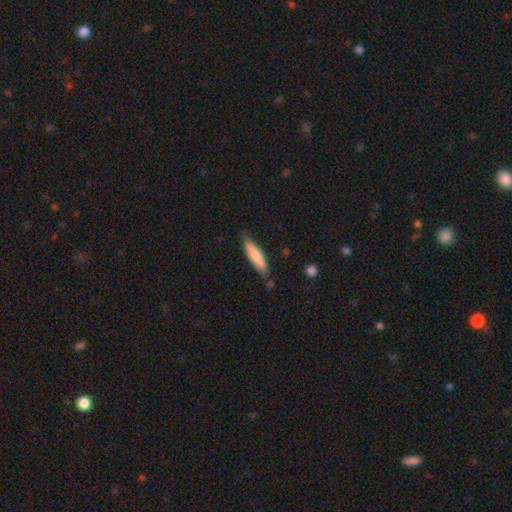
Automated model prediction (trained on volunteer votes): This is likely a smooth galaxy (78%). How rounded: likely cigar-shaped (78%). Merging: likely none (75%).